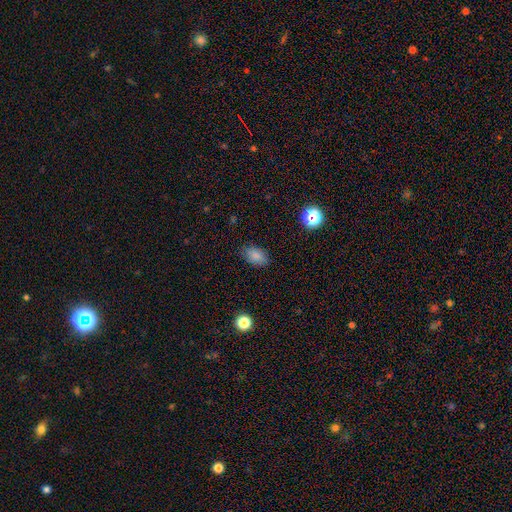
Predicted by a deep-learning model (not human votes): The model was most divided on "merging": none: 82%, minor disturbance: 13%, major disturbance: 3%, merger: 1%. More confident: how rounded — in between (85%); smooth or featured — smooth (83%).